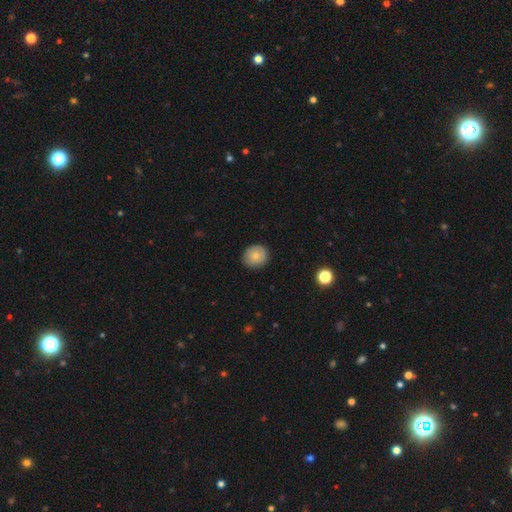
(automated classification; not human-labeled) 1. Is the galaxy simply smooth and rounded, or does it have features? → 74% smooth, 17% featured or disk, 9% star or artifact.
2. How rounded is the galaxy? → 85% round, 14% in between, 1% cigar-shaped.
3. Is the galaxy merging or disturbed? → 89% none, 8% minor disturbance, 2% major disturbance, 1% merger.